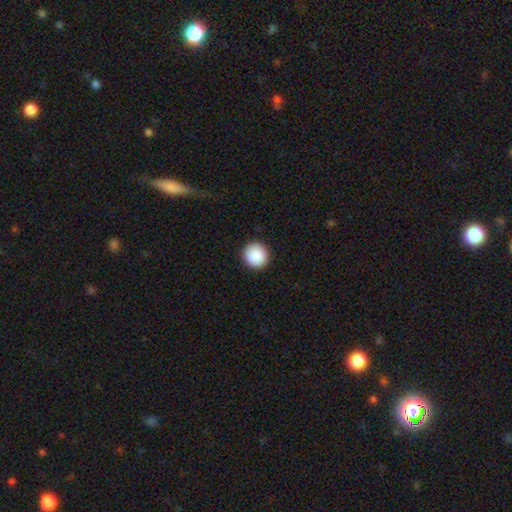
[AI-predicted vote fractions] Smooth or featured? Predicted: smooth (p=0.90). How rounded? Predicted: round (p=0.95). Merging? Predicted: none (p=0.92).